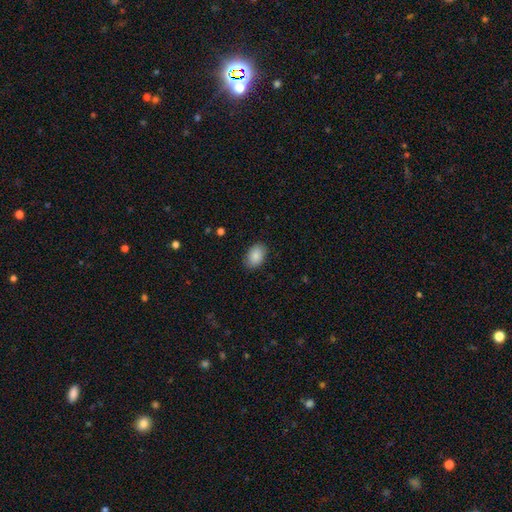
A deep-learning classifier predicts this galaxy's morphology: A smooth galaxy with no disk features (88%) that is in between round and cigar-shaped (87%). Merging: none (87%).